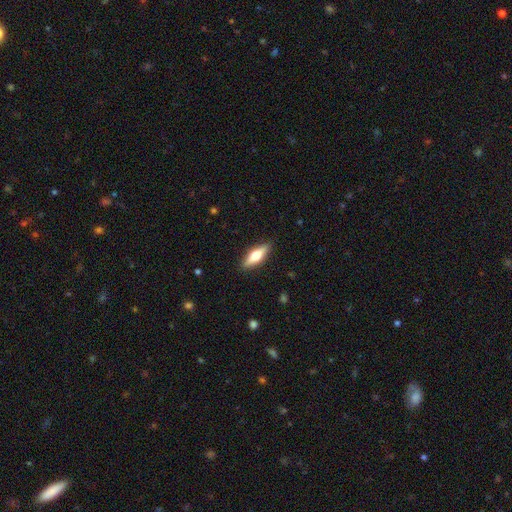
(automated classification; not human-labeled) smooth_or_featured: featured or disk (p=0.48) [alt: smooth p=0.46]
merging: none (p=0.90) [alt: minor disturbance p=0.08]